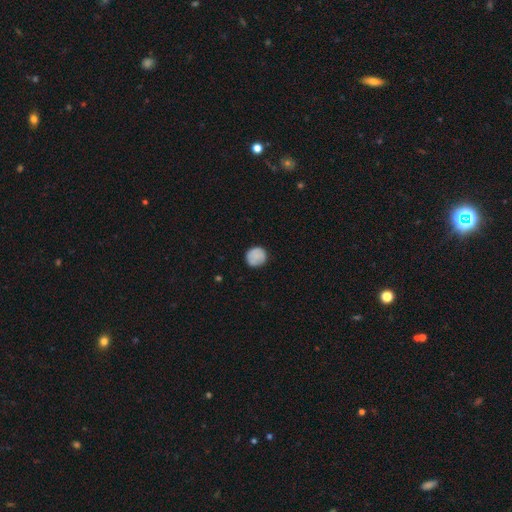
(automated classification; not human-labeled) smooth-or-featured: smooth: 83% | featured or disk: 9% | star or artifact: 8%
  how-rounded: round: 91% | in between: 9% | cigar-shaped: 1%
  merging: none: 83% | minor disturbance: 13% | major disturbance: 3% | merger: 1%